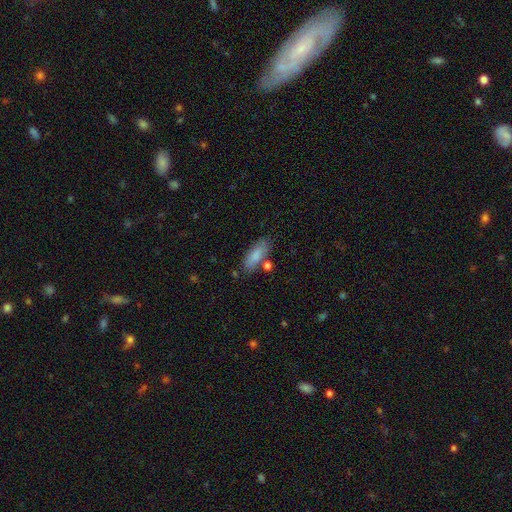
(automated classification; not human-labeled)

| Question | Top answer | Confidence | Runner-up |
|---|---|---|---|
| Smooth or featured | smooth | 83% | featured or disk (10%) |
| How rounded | in between | 74% | cigar-shaped (24%) |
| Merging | none | 72% | minor disturbance (16%) |